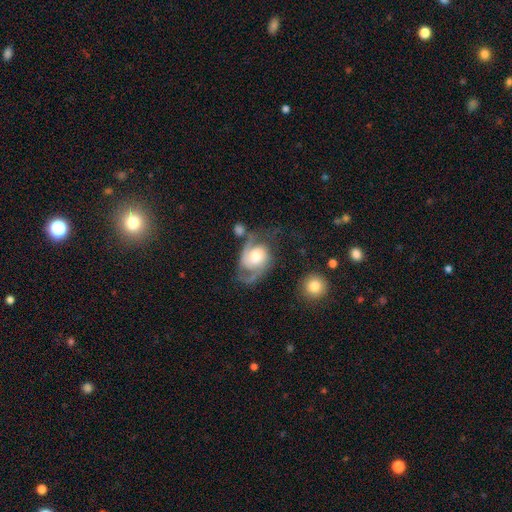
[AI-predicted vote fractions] This is likely a featured or disk galaxy (75%). It is clearly not viewed edge-on (97%). Bar: likely no (71%). Spiral arm pattern: clearly yes (91%). Spiral arm count: likely 2 (75%). Spiral winding: possibly medium (46%). Central bulge: possibly moderate (51%). Merging: marginally none (38%).